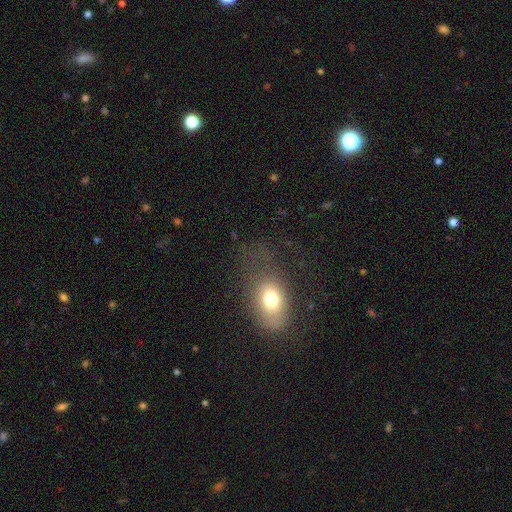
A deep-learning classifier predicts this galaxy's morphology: Smooth or featured?
  - smooth: 60% *
  - featured or disk: 25%
  - star or artifact: 15%
How rounded?
  - in between: 78% *
  - round: 20%
  - cigar-shaped: 3%
Merging?
  - none: 55% *
  - minor disturbance: 23%
  - major disturbance: 20%
  - merger: 2%